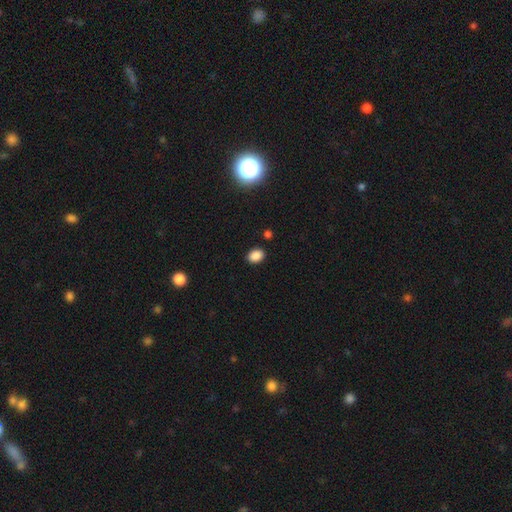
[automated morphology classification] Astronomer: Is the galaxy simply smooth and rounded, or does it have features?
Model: smooth — 87%.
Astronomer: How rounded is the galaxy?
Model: in between — 73%.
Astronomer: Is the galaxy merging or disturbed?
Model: none — 87%.